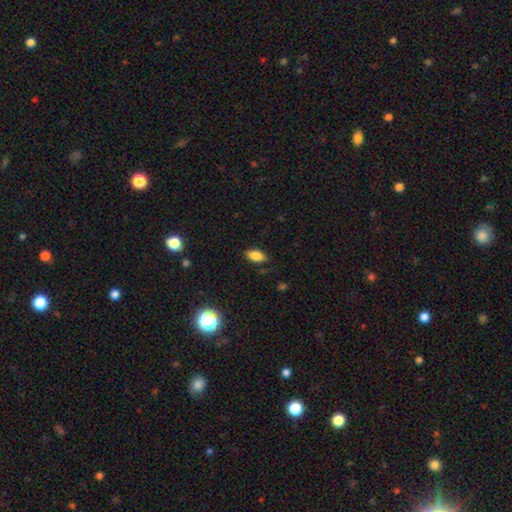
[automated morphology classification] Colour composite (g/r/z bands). It shows a smooth galaxy with no disk features (83%) that is in between round and cigar-shaped (90%). Merging: none (83%).